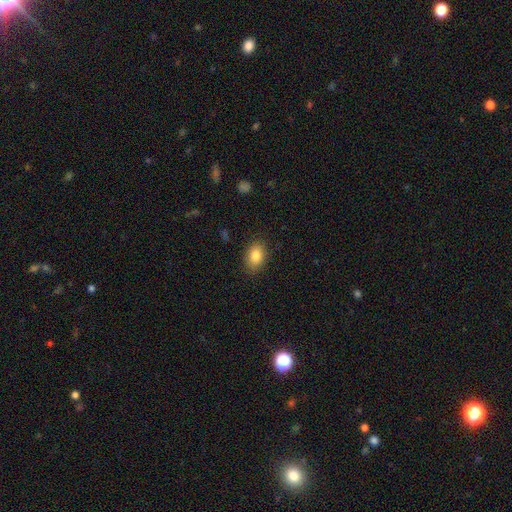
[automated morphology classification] This is clearly a smooth galaxy (84%). How rounded: clearly in between (83%). Merging: clearly none (86%).